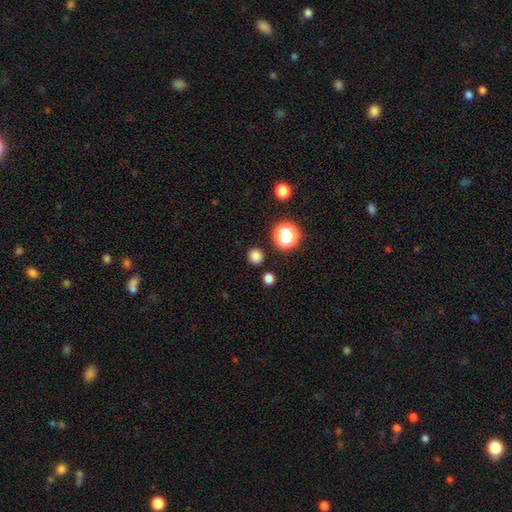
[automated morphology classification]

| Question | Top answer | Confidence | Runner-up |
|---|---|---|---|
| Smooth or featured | smooth | 80% | star or artifact (16%) |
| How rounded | round | 87% | in between (12%) |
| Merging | none | 89% | minor disturbance (6%) |